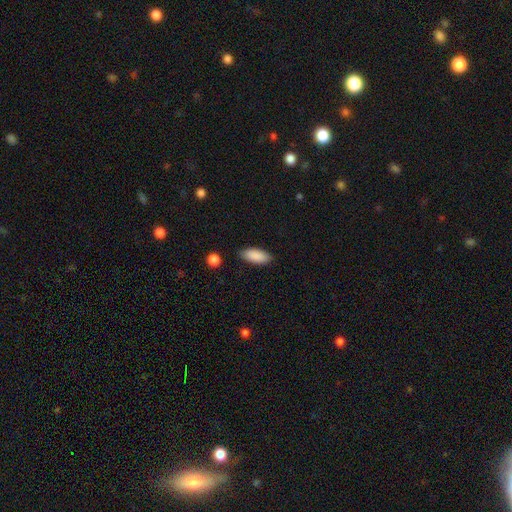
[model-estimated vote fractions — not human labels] This appears to be a smooth galaxy with no disk features (89%) that is in between round and cigar-shaped (85%). Merging: none (85%).